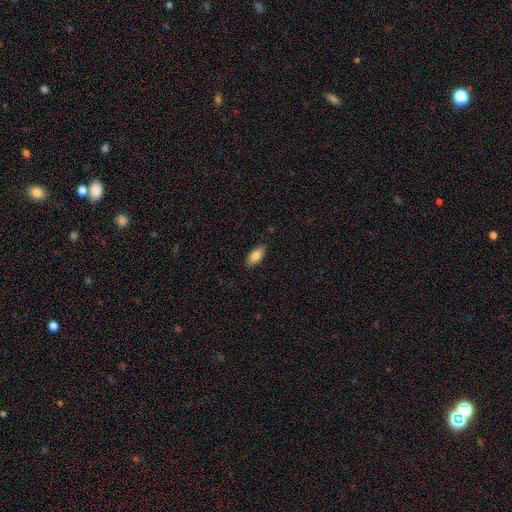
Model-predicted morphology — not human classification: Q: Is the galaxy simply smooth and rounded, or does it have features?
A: smooth — 82%.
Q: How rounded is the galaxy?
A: in between — 88%.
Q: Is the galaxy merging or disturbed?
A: none — 87%.